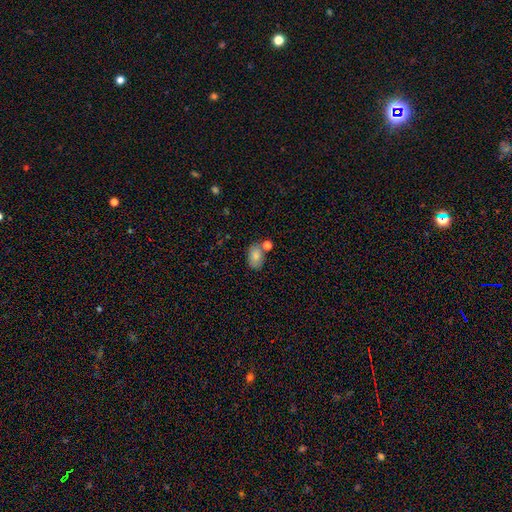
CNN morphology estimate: Smooth or featured? smooth (81%)
How rounded? in between (87%)
Merging? none (64%)